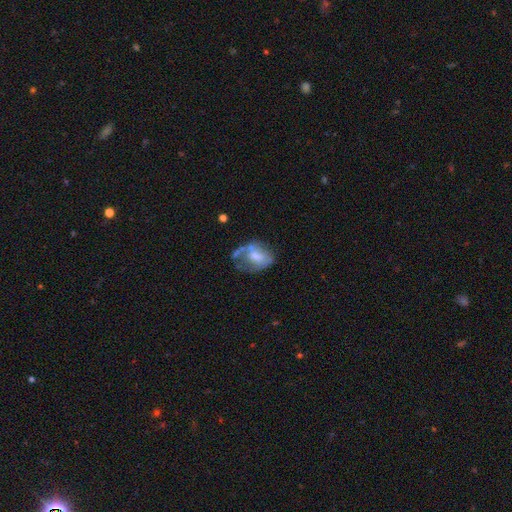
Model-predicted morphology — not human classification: Q: Smooth or featured?
A: featured or disk (50%); runner-up: smooth (41%)
Q: Edge-on disk?
A: no (96%); runner-up: yes (4%)
Q: Merging?
A: none (32%); runner-up: major disturbance (30%)